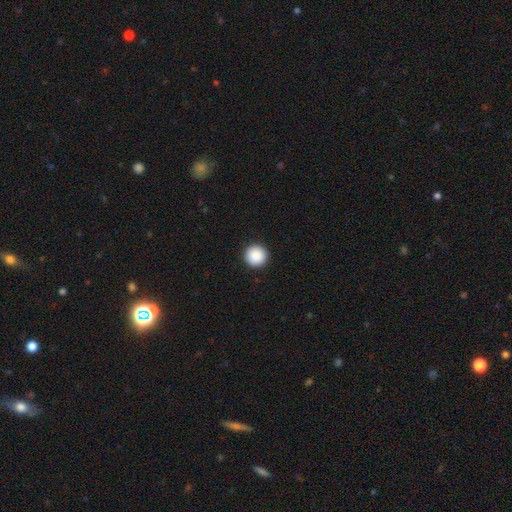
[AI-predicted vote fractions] A smooth galaxy with no disk features (90%) that is round (97%).

Vote fractions:
- Smooth or featured? smooth: 90% / star or artifact: 8% / featured or disk: 2%
- How rounded? round: 97% / in between: 2% / cigar-shaped: 1%
- Merging? none: 94% / minor disturbance: 4% / major disturbance: 1% / merger: 1%